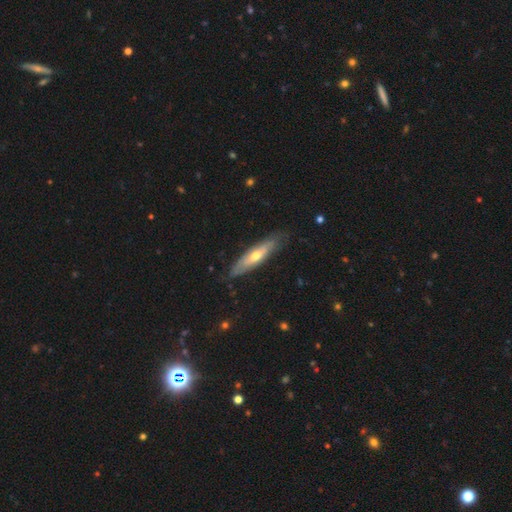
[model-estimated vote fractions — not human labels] Overall: featured or disk (57%; smooth 38%). Edge-on disk: yes (55%; no 45%). Merging: none (77%).